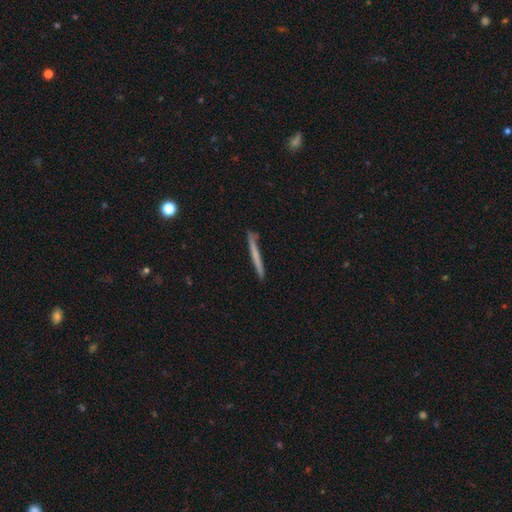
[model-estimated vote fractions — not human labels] Overall: smooth (55%; featured or disk 39%). How rounded: cigar-shaped (97%). Merging: none (85%).